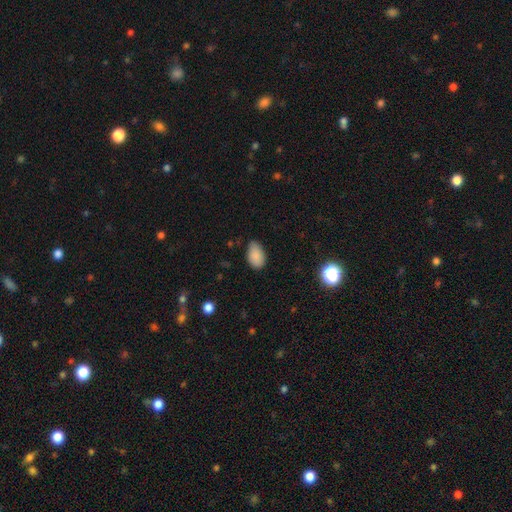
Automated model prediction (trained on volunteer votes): This is clearly a smooth galaxy (87%). How rounded: clearly in between (92%). Merging: likely none (67%).